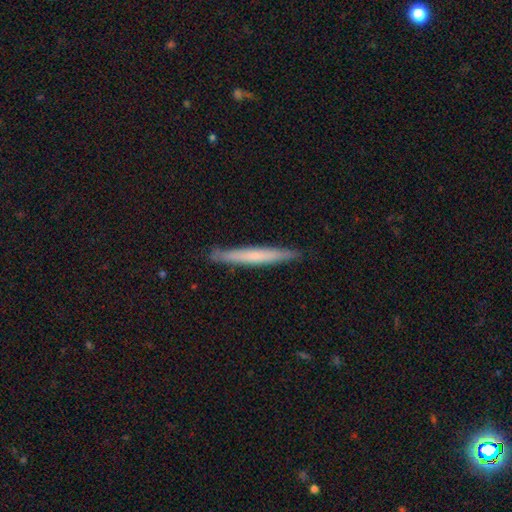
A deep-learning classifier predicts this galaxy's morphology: This is possibly a smooth galaxy (55%). How rounded: clearly cigar-shaped (97%). Merging: clearly none (89%).